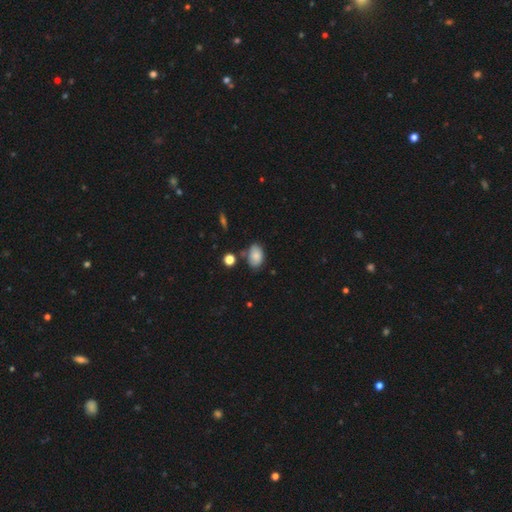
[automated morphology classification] A smooth galaxy with no disk features (81%) that is in between round and cigar-shaped (87%). Merging: none (65%).